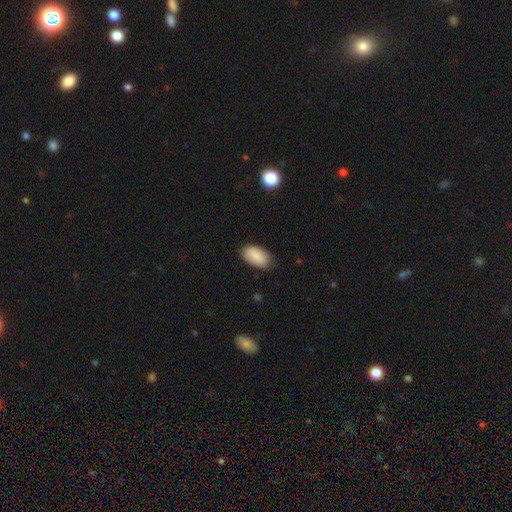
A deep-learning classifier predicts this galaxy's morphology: Overall: smooth (87%). How rounded: in between (94%). Merging: none (78%).